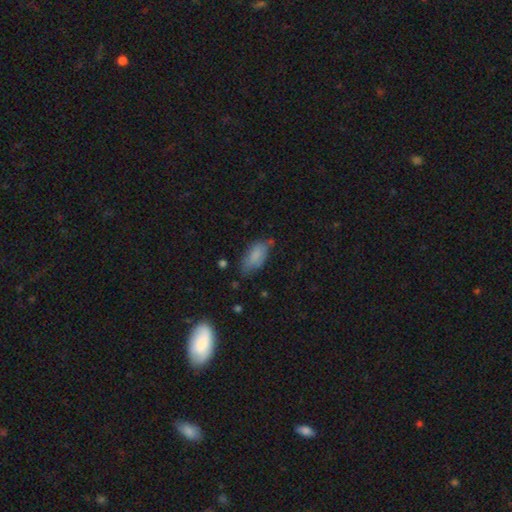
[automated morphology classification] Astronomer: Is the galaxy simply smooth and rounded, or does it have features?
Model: smooth — 81%.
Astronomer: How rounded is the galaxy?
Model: in between — 90%.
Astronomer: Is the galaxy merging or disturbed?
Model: none — 59%.